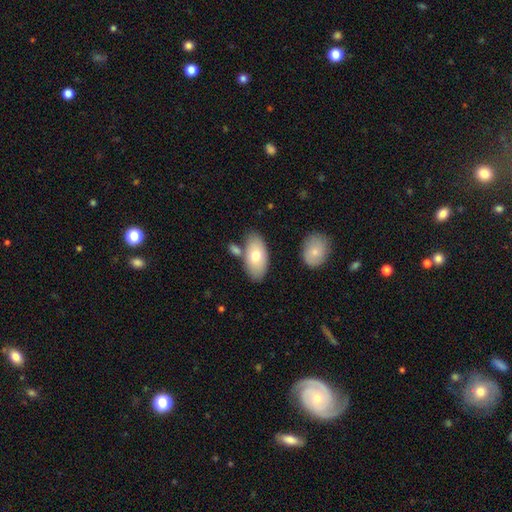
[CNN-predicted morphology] This is likely a smooth galaxy (70%). How rounded: clearly in between (94%). Merging: likely none (72%).